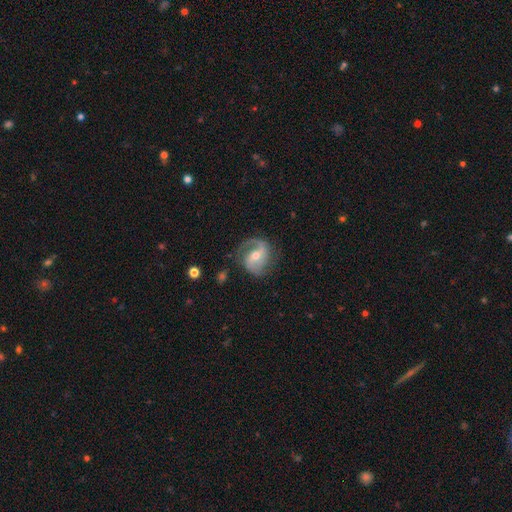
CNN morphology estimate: A featured or disk galaxy (84%) with a weak bar (42%), 2 (70%) medium (48%) spiral arms (95%) and a moderate central bulge (57%).

Vote fractions:
- Smooth or featured? featured or disk: 84% / smooth: 11% / star or artifact: 6%
- Edge-on disk? no: 97% / yes: 3%
- Bar? weak: 42% / no: 34% / strong: 24%
- Spiral arms? yes: 95% / no: 5%
- Spiral winding? medium: 48% / loose: 31% / tight: 20%
- Spiral arm count? 2: 70% / 1: 22% / can't tell: 4% / 3: 2% / 4: 1% / more than 4: 1%
- Bulge size? moderate: 57% / small: 39% / large: 2% / none: 1% / dominant: 1%
- Merging? none: 69% / minor disturbance: 19% / major disturbance: 11% / merger: 2%